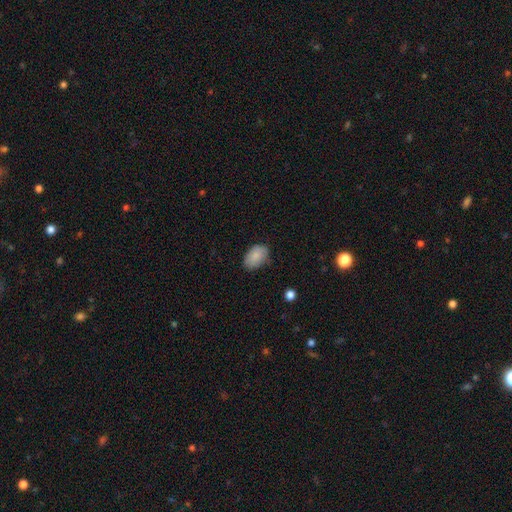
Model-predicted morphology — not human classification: smooth_or_featured: smooth (p=0.84) [alt: featured or disk p=0.09]
how_rounded: in between (p=0.88) [alt: round p=0.11]
merging: none (p=0.74) [alt: minor disturbance p=0.21]